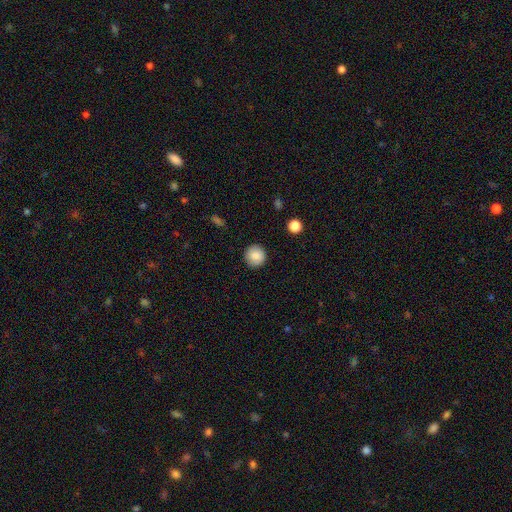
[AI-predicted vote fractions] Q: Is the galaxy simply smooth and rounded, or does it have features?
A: smooth — 86%.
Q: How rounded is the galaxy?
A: round — 94%.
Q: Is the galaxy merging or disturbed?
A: none — 91%.